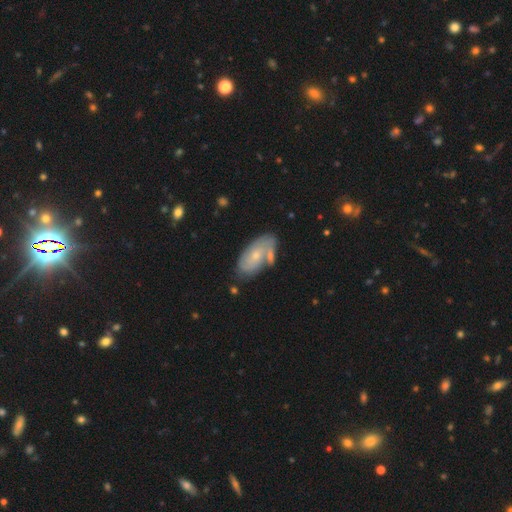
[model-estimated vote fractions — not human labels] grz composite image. It shows a featured or disk galaxy (53%). Merging: none (57%).